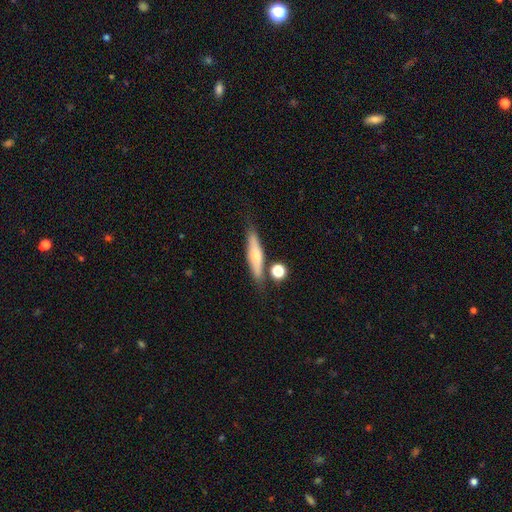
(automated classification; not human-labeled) Q: Smooth or featured?
A: smooth (57%); runner-up: featured or disk (36%)
Q: How rounded?
A: cigar-shaped (75%); runner-up: in between (22%)
Q: Merging?
A: none (71%); runner-up: minor disturbance (16%)